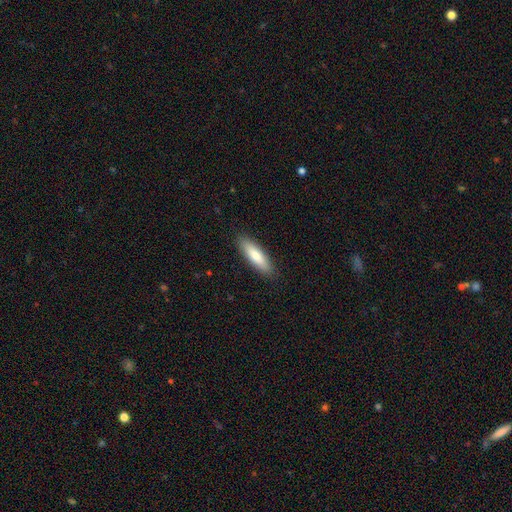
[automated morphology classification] A smooth galaxy with no disk features (79%) that is cigar-shaped (59%).

Vote fractions:
- Smooth or featured? smooth: 79% / featured or disk: 15% / star or artifact: 5%
- How rounded? cigar-shaped: 59% / in between: 40% / round: 1%
- Merging? none: 89% / minor disturbance: 9% / major disturbance: 2% / merger: 1%